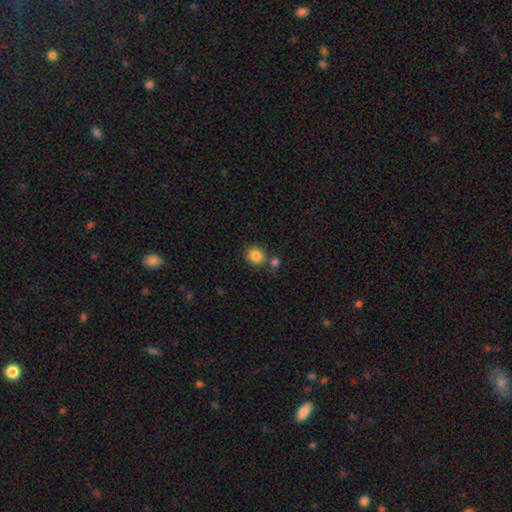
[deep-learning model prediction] smooth_or_featured: smooth (p=0.86) [alt: star or artifact p=0.09]
how_rounded: round (p=0.75) [alt: in between p=0.25]
merging: none (p=0.67) [alt: merger p=0.19]